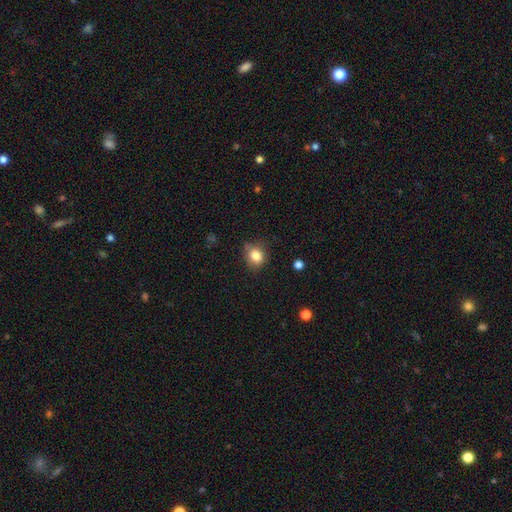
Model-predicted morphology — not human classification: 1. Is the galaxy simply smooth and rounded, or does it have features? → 83% smooth, 11% star or artifact, 7% featured or disk.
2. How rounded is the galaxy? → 69% round, 31% in between, 1% cigar-shaped.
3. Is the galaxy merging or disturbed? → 68% none, 25% minor disturbance, 5% major disturbance, 2% merger.